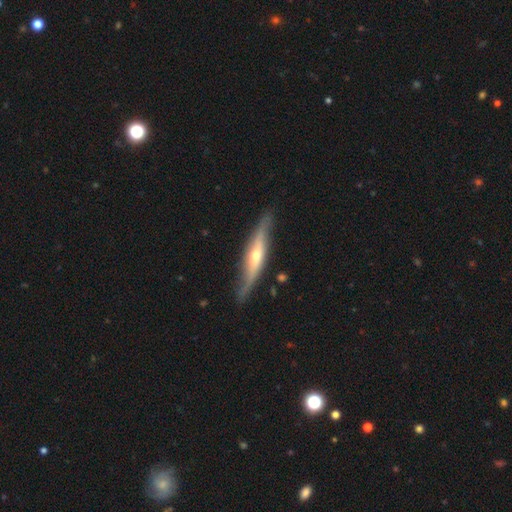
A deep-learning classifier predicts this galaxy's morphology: A featured or disk galaxy (74%) viewed edge-on (78%) with a rounded central bulge (82%). Merging: none (78%).